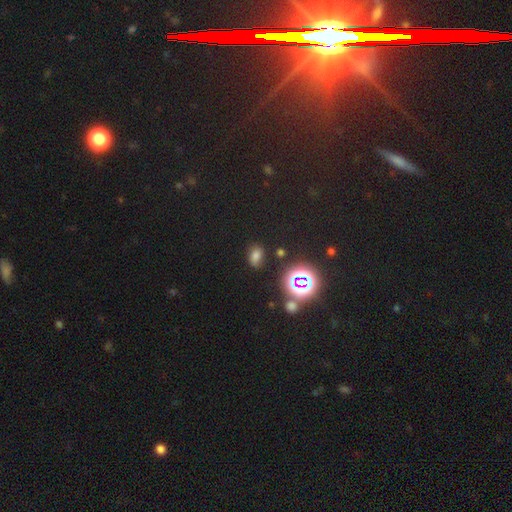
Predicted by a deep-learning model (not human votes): smooth_or_featured: smooth (p=0.64) [alt: star or artifact p=0.29]
how_rounded: in between (p=0.78) [alt: round p=0.20]
merging: none (p=0.76) [alt: minor disturbance p=0.15]